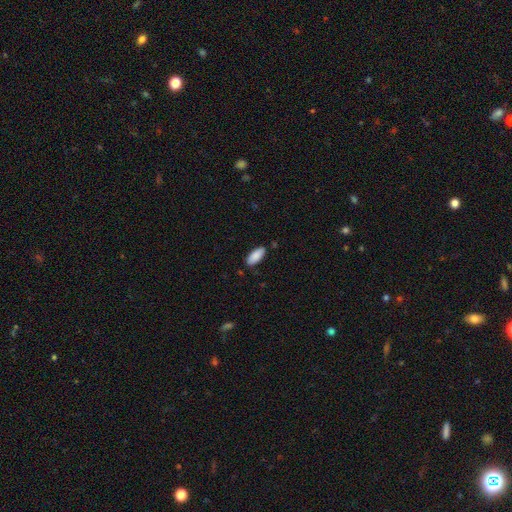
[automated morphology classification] Overall: smooth (89%). How rounded: in between (88%). Merging: none (86%).